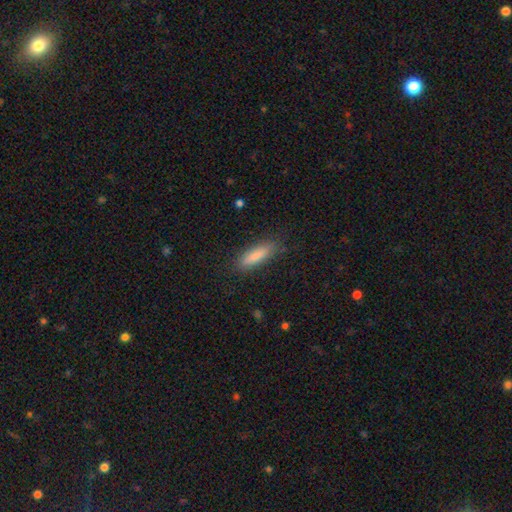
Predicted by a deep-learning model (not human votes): Smooth or featured?
  - smooth: 83% *
  - featured or disk: 10%
  - star or artifact: 6%
How rounded?
  - cigar-shaped: 63% *
  - in between: 36%
  - round: 2%
Merging?
  - none: 84% *
  - minor disturbance: 12%
  - major disturbance: 3%
  - merger: 1%